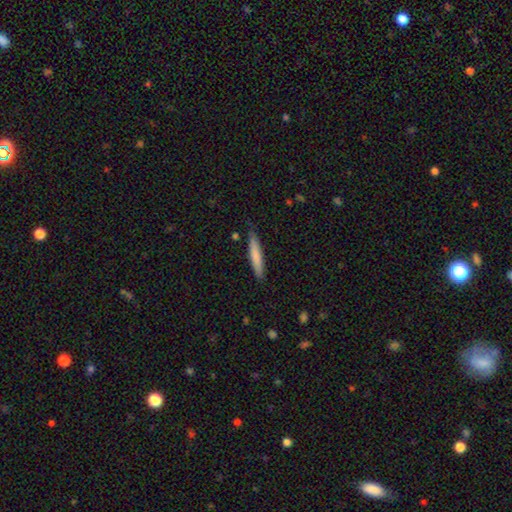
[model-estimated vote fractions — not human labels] Morphology: type=smooth (76%); roundness=cigar-shaped (92%); merging=none (80%).